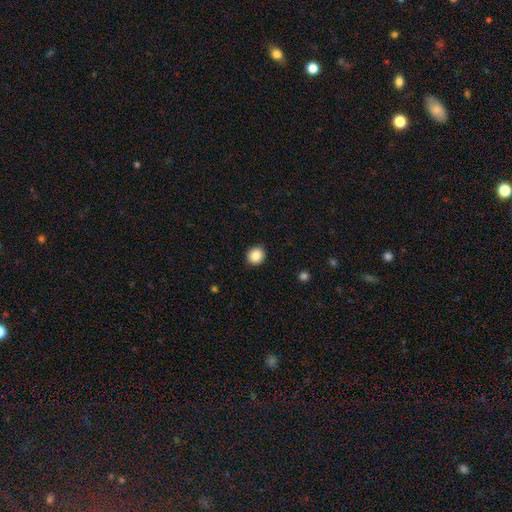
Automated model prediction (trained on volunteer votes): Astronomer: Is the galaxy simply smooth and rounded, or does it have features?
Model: smooth — 87%.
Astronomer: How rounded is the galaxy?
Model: round — 88%.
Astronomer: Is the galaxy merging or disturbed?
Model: none — 91%.